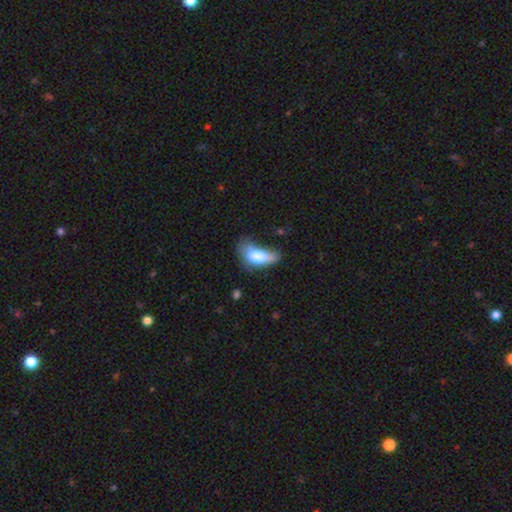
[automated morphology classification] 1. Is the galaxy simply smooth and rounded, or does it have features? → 72% smooth, 20% featured or disk, 8% star or artifact.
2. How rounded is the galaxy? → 85% in between, 11% cigar-shaped, 4% round.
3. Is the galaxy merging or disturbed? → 36% major disturbance, 33% minor disturbance, 23% none, 9% merger.